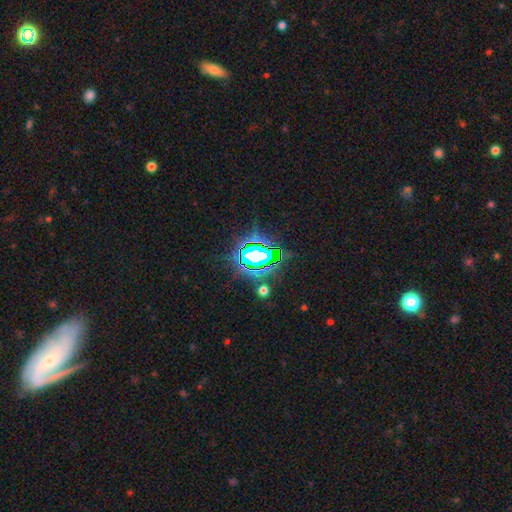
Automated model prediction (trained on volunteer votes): A star or artifact, not a galaxy (73%).